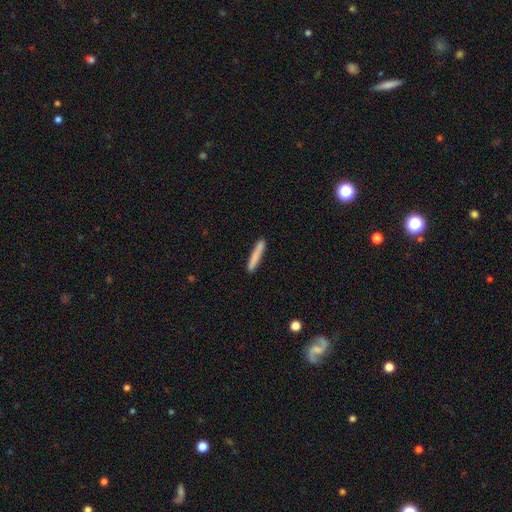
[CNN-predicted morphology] smooth_or_featured: smooth (p=0.80) [alt: featured or disk p=0.14]
how_rounded: cigar-shaped (p=0.95) [alt: in between p=0.04]
merging: none (p=0.89) [alt: minor disturbance p=0.07]